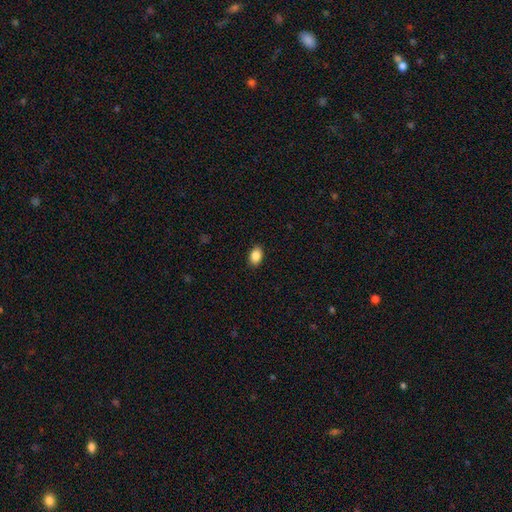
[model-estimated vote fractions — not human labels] smooth_or_featured: smooth (p=0.87) [alt: star or artifact p=0.08]
how_rounded: in between (p=0.82) [alt: round p=0.16]
merging: none (p=0.89) [alt: minor disturbance p=0.08]